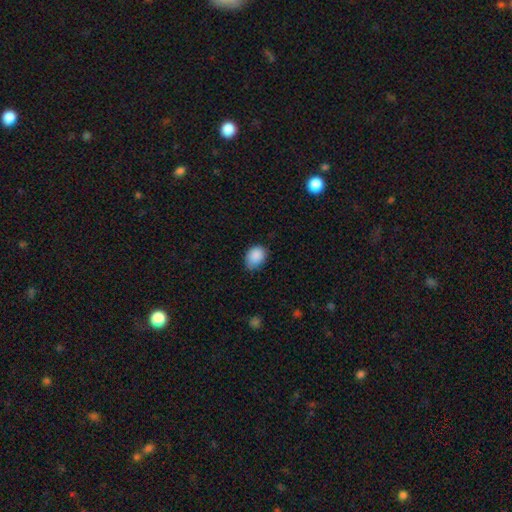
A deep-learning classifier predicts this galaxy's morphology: type=smooth (88%); roundness=in between (61%); merging=none (67%).